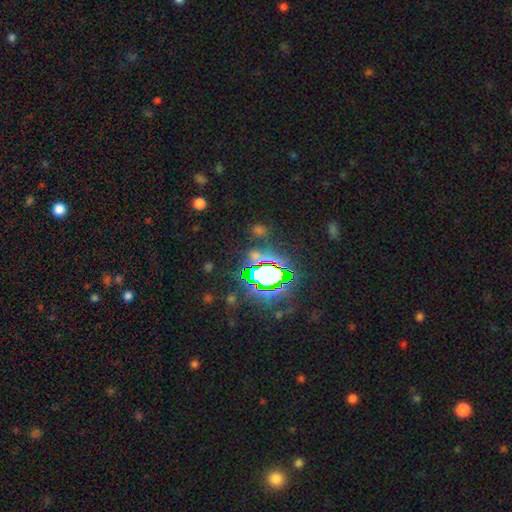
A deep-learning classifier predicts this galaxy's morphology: This is likely a star or artifact rather than a galaxy (64%).